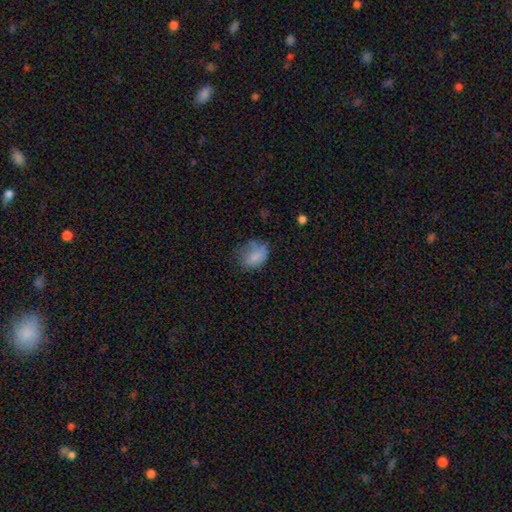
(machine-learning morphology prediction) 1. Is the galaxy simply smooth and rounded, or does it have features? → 74% smooth, 16% featured or disk, 11% star or artifact.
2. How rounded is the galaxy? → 64% in between, 35% round, 1% cigar-shaped.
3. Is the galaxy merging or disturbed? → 46% none, 31% minor disturbance, 20% major disturbance, 3% merger.